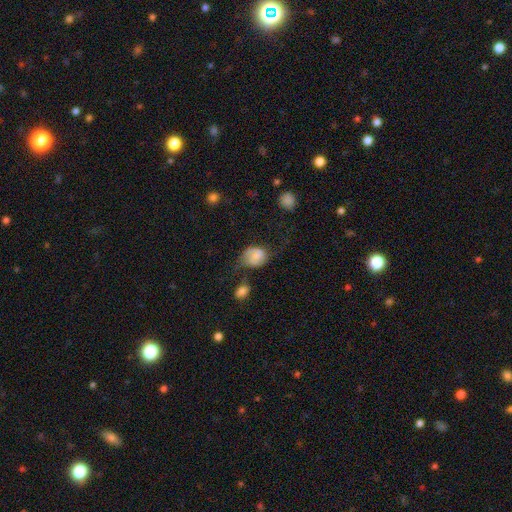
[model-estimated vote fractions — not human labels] Q: Smooth or featured?
A: smooth (63%); runner-up: featured or disk (27%)
Q: How rounded?
A: round (51%); runner-up: in between (47%)
Q: Merging?
A: none (38%); runner-up: minor disturbance (31%)